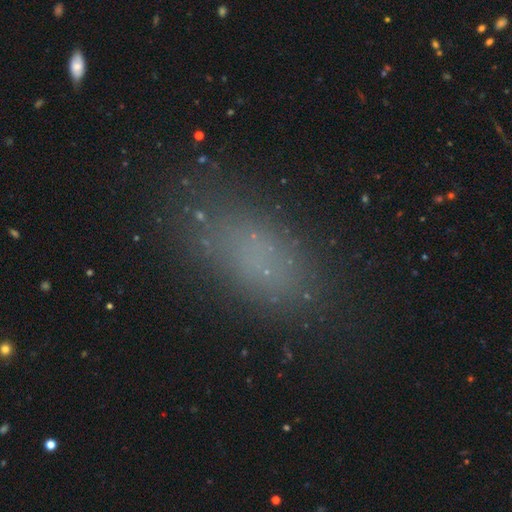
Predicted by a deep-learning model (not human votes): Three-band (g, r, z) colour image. It shows a smooth galaxy with no disk features (71%) that is in between round and cigar-shaped (84%). Merging: none (75%).